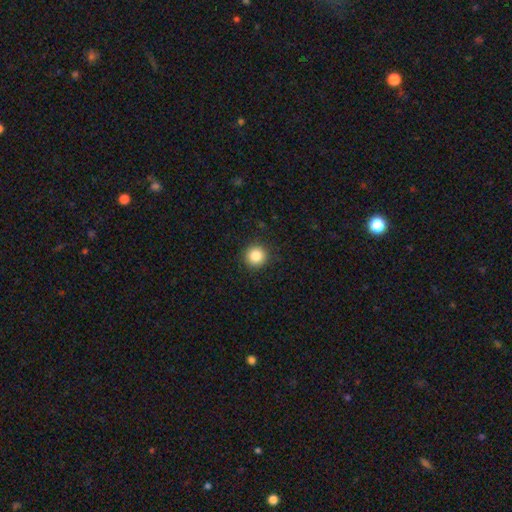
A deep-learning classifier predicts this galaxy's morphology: This is clearly a smooth galaxy (85%). How rounded: clearly round (94%). Merging: clearly none (91%).